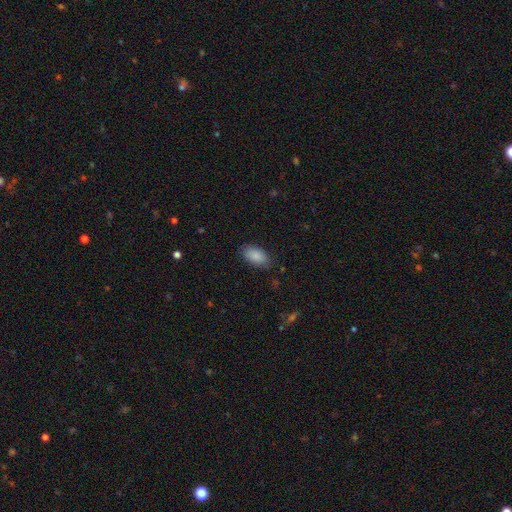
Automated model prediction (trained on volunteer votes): Smooth or featured?
  - smooth: 88% *
  - star or artifact: 7%
  - featured or disk: 5%
How rounded?
  - in between: 94% *
  - round: 4%
  - cigar-shaped: 2%
Merging?
  - none: 82% *
  - minor disturbance: 14%
  - major disturbance: 3%
  - merger: 1%